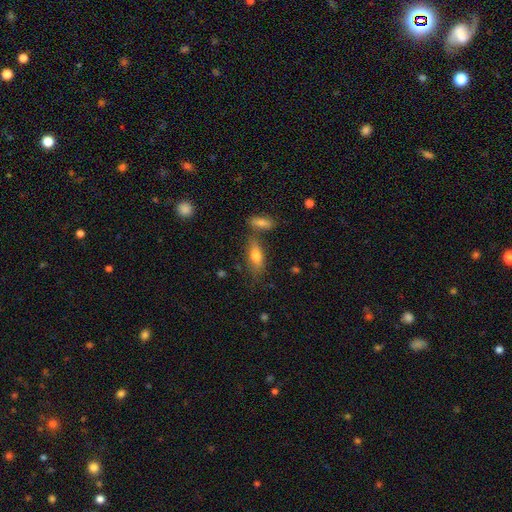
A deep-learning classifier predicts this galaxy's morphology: Overall: smooth (74%). How rounded: in between (70%). Merging: none (62%).